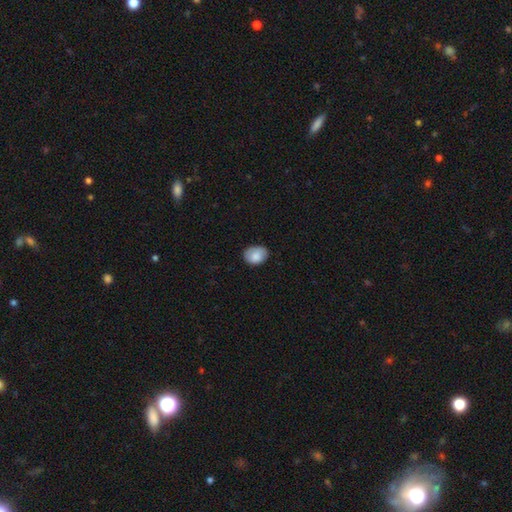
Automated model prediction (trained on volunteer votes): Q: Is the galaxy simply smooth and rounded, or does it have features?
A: smooth — 84%.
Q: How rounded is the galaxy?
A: in between — 75%.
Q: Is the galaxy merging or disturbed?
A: none — 73%.